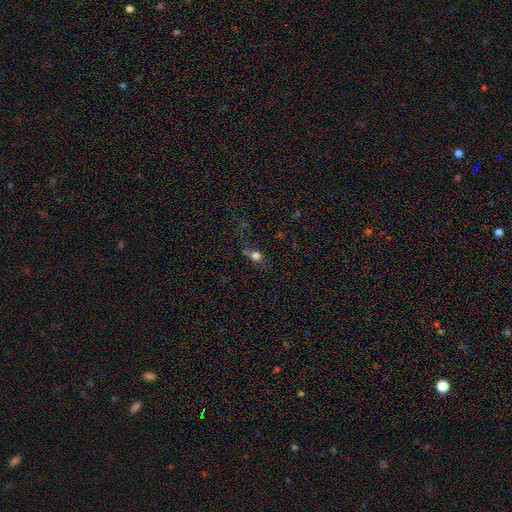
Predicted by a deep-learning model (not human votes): Overall: smooth (68%). How rounded: round (56%; in between 38%). Merging: none (54%; minor disturbance 21%).